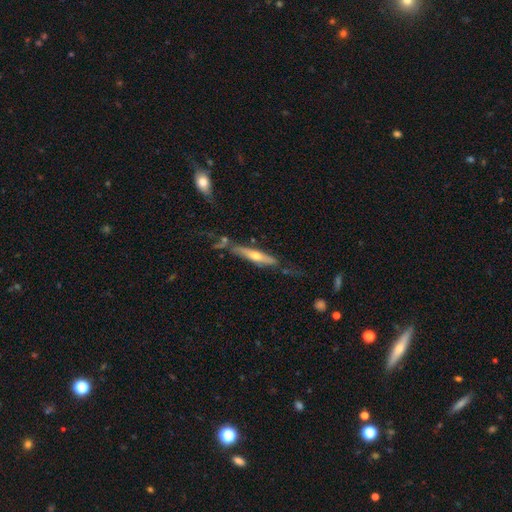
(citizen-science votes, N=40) A featured or disk galaxy (70%) viewed edge-on (86%) with a rounded central bulge (83%). Merging: none (52%).